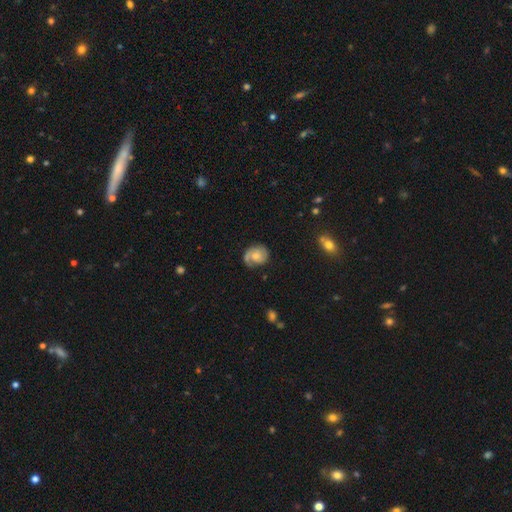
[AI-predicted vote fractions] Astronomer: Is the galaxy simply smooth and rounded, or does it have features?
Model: featured or disk — 72%.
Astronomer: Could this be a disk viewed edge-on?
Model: no — 98%.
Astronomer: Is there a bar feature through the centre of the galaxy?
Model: no — 66%.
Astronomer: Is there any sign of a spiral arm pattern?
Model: yes — 93%.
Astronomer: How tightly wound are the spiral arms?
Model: tight — 45% (runner-up: medium, 41%).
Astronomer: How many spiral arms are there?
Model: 2 — 73%.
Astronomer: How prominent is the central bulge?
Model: moderate — 51% (runner-up: small, 35%).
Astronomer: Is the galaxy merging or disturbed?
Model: none — 70%.